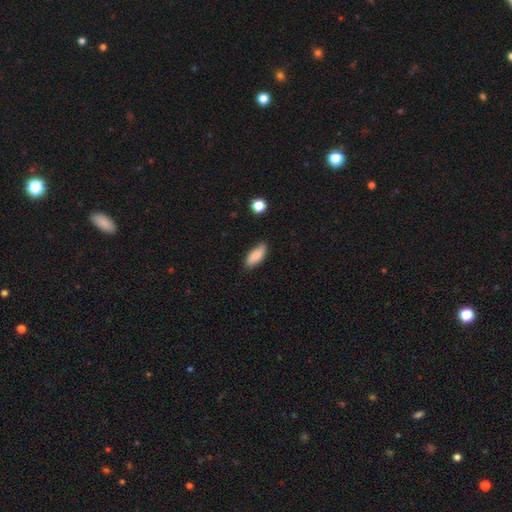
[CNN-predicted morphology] This appears to be a smooth galaxy with no disk features (85%) that is in between round and cigar-shaped (76%). Merging: none (78%).